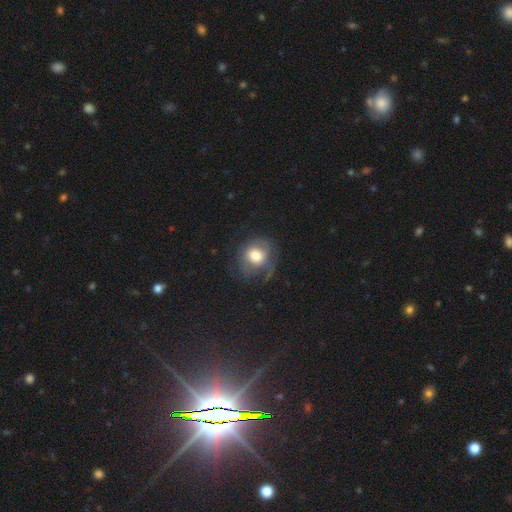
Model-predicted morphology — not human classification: A smooth galaxy with no disk features (63%) that is round (74%).

Vote fractions:
- Smooth or featured? smooth: 63% / featured or disk: 27% / star or artifact: 10%
- How rounded? round: 74% / in between: 25% / cigar-shaped: 1%
- Merging? none: 51% / minor disturbance: 25% / major disturbance: 22% / merger: 2%